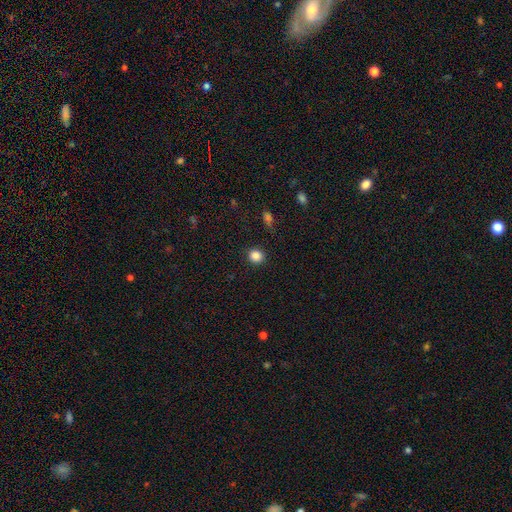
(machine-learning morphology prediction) A smooth galaxy with no disk features (86%) that is round (84%). Merging: none (90%).